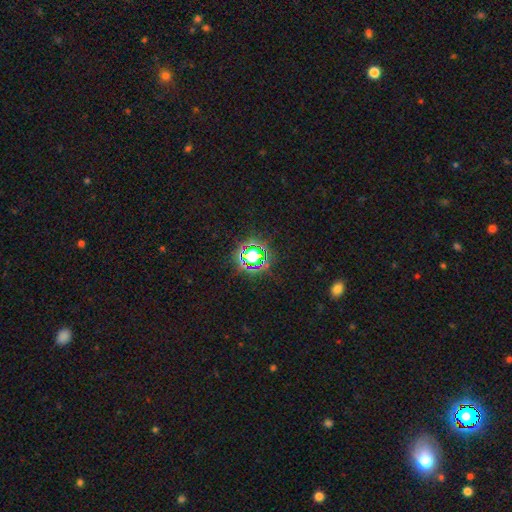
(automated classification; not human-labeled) smooth-or-featured: star or artifact: 63% | smooth: 26% | featured or disk: 11%